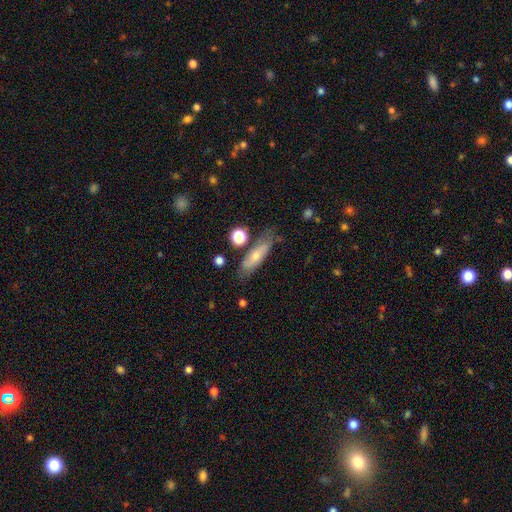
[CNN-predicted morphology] smooth_or_featured: smooth (p=0.65) [alt: featured or disk p=0.28]
how_rounded: cigar-shaped (p=0.54) [alt: in between p=0.43]
merging: none (p=0.66) [alt: minor disturbance p=0.21]